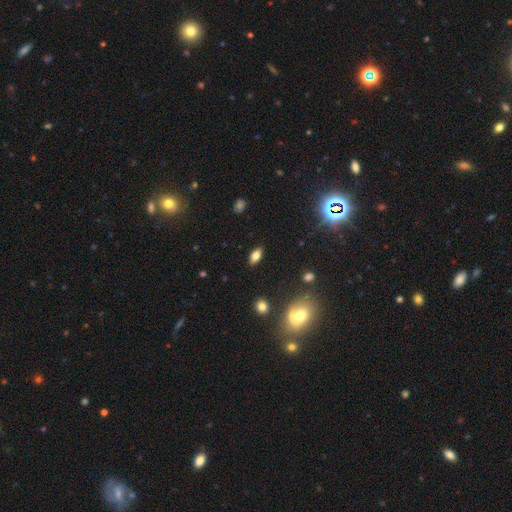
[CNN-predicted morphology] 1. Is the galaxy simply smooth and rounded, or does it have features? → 76% smooth, 12% featured or disk, 11% star or artifact.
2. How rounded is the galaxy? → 88% in between, 7% cigar-shaped, 5% round.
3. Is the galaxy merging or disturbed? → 87% none, 9% minor disturbance, 2% major disturbance, 1% merger.